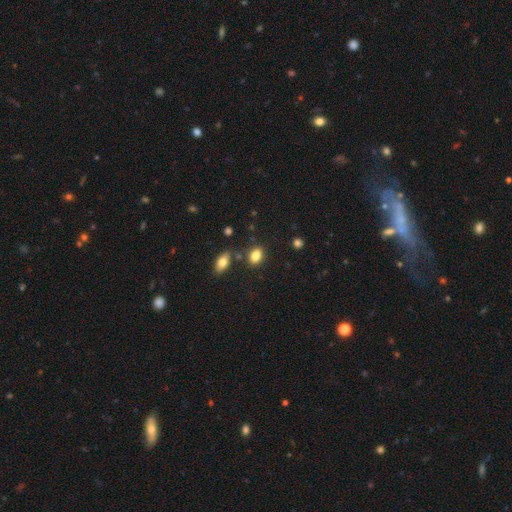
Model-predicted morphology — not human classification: Smooth or featured?
  - smooth: 83% *
  - star or artifact: 9%
  - featured or disk: 8%
How rounded?
  - in between: 82% *
  - round: 16%
  - cigar-shaped: 2%
Merging?
  - none: 77% *
  - minor disturbance: 12%
  - merger: 8%
  - major disturbance: 3%